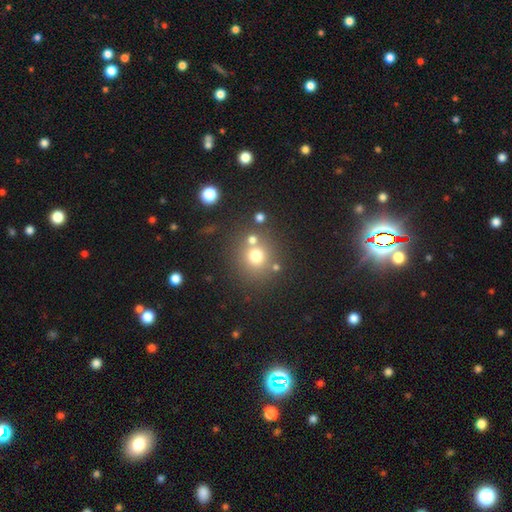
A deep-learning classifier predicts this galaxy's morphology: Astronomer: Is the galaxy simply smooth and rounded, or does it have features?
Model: smooth — 70%.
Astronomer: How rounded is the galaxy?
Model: round — 89%.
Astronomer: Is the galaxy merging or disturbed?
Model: none — 71%.